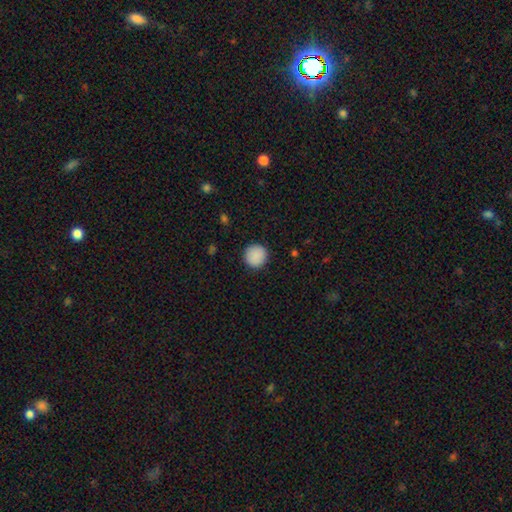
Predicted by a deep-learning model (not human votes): This appears to be a smooth galaxy with no disk features (90%) that is round (95%). Merging: none (91%).